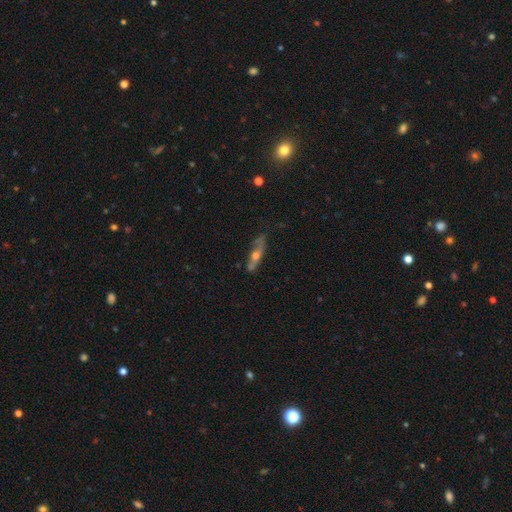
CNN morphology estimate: A featured or disk galaxy (58%) viewed edge-on (71%). Merging: none (67%).